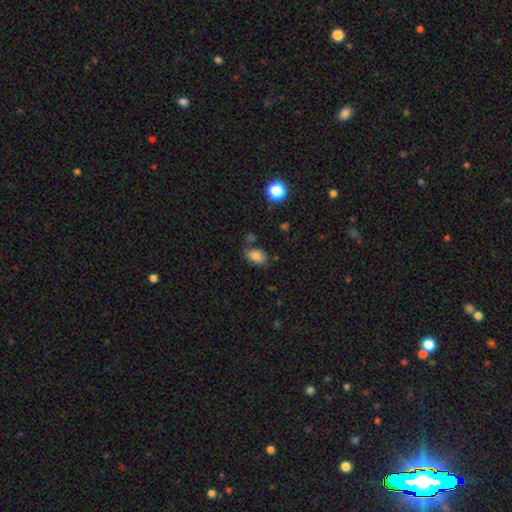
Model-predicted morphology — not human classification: Overall: smooth (83%). How rounded: in between (85%). Merging: none (69%).